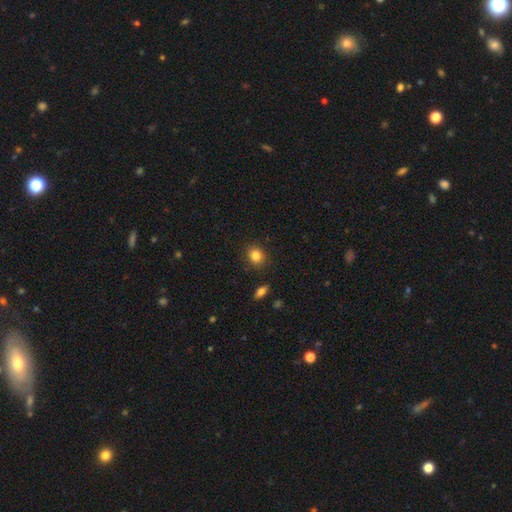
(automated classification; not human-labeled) This appears to be a smooth galaxy with no disk features (85%) that is round (69%). Merging: none (88%).